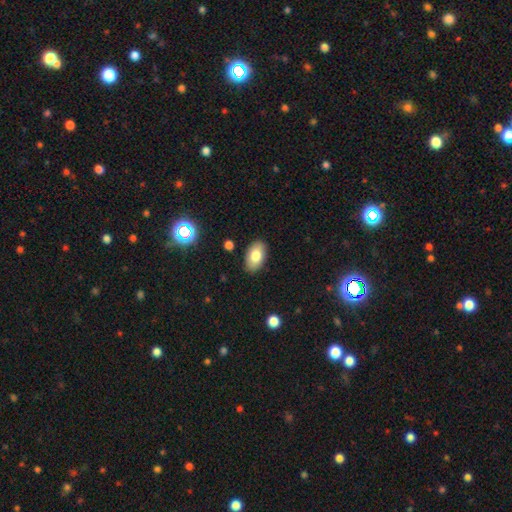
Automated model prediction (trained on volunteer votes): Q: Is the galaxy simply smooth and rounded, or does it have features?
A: smooth — 79%.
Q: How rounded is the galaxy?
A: in between — 93%.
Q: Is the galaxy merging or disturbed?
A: none — 87%.